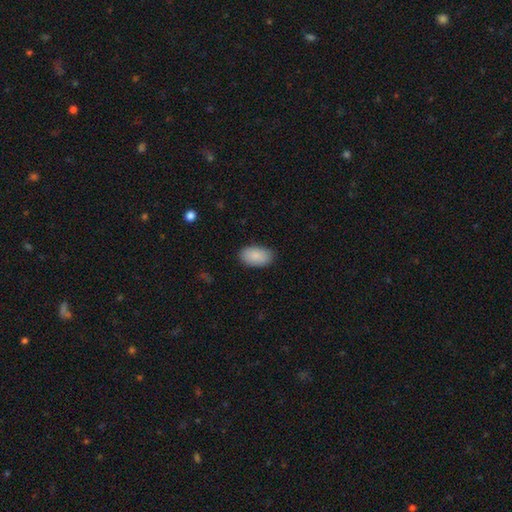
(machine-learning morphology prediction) A smooth galaxy with no disk features (89%) that is in between round and cigar-shaped (94%).

Vote fractions:
- Smooth or featured? smooth: 89% / star or artifact: 6% / featured or disk: 5%
- How rounded? in between: 94% / round: 4% / cigar-shaped: 1%
- Merging? none: 86% / minor disturbance: 10% / major disturbance: 2% / merger: 1%